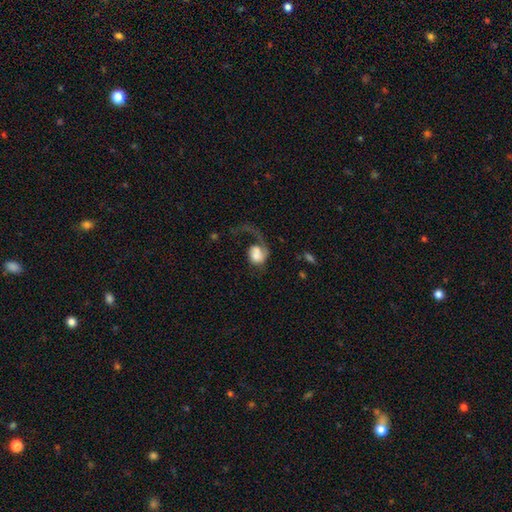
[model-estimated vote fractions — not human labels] A featured or disk galaxy (51%).

Vote fractions:
- Smooth or featured? featured or disk: 51% / smooth: 41% / star or artifact: 8%
- Edge-on disk? no: 97% / yes: 3%
- Merging? major disturbance: 57% / none: 21% / minor disturbance: 11% / merger: 11%